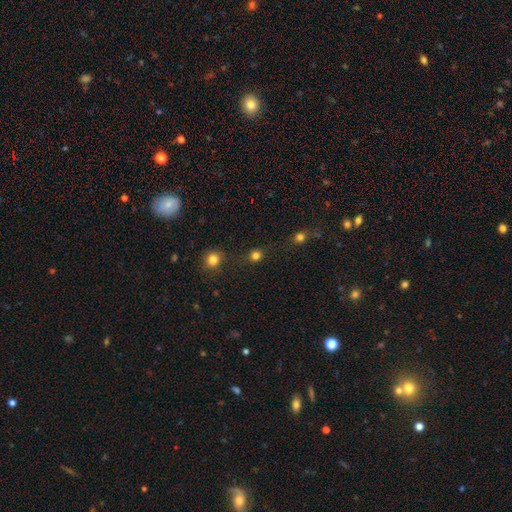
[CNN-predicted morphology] This is likely a smooth galaxy (79%). How rounded: clearly round (90%). Merging: clearly none (82%).